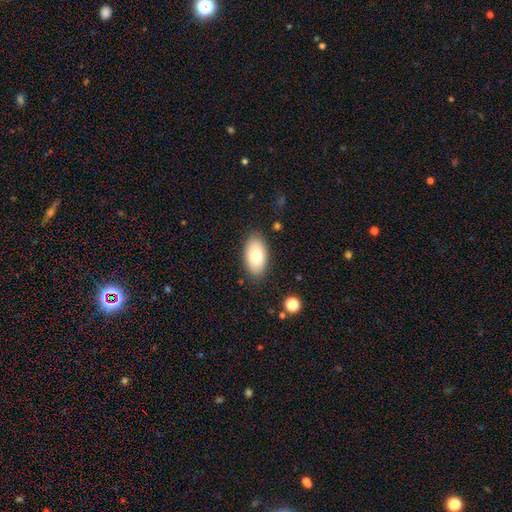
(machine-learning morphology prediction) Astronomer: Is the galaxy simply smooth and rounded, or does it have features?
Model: smooth — 76%.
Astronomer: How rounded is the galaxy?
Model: in between — 94%.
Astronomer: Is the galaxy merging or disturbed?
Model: none — 85%.